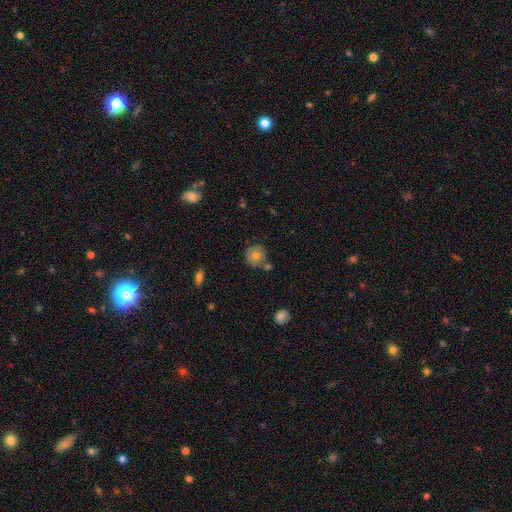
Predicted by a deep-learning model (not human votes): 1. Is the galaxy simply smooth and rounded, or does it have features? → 64% smooth, 26% featured or disk, 9% star or artifact.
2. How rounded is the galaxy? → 90% round, 9% in between, 1% cigar-shaped.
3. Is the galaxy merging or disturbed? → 70% none, 15% minor disturbance, 11% merger, 4% major disturbance.